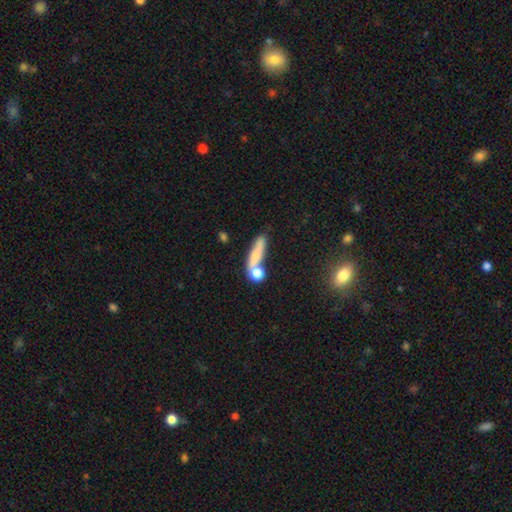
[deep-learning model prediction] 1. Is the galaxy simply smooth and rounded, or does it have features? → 67% smooth, 23% featured or disk, 10% star or artifact.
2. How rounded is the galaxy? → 62% cigar-shaped, 25% in between, 12% round.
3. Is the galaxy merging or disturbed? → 49% none, 27% merger, 16% minor disturbance, 8% major disturbance.